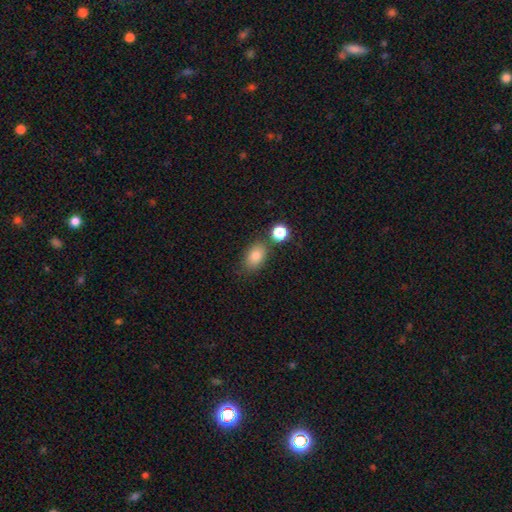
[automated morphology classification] A smooth galaxy with no disk features (82%) that is in between round and cigar-shaped (83%). Merging: none (70%).